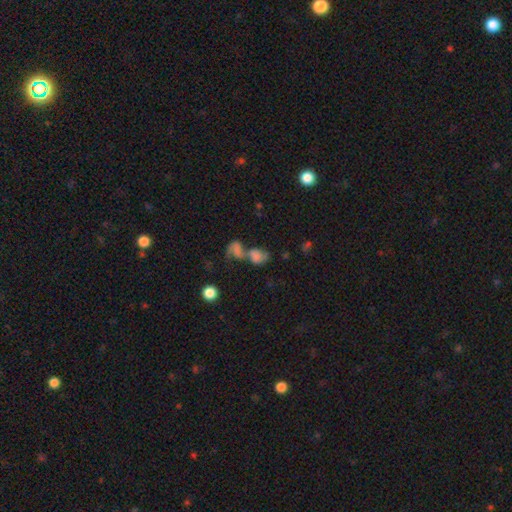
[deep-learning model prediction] A smooth galaxy with no disk features (67%) that is in between round and cigar-shaped (62%).

Vote fractions:
- Smooth or featured? smooth: 67% / featured or disk: 18% / star or artifact: 15%
- How rounded? in between: 62% / round: 35% / cigar-shaped: 3%
- Merging? merger: 67% / none: 17% / major disturbance: 9% / minor disturbance: 7%